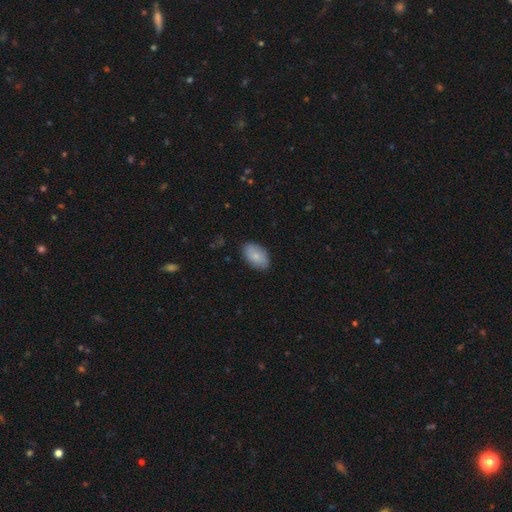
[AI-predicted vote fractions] smooth 81%, featured or disk 13%, star or artifact 6%. Down the decision tree: how rounded — in between (92%); merging — none (84%).